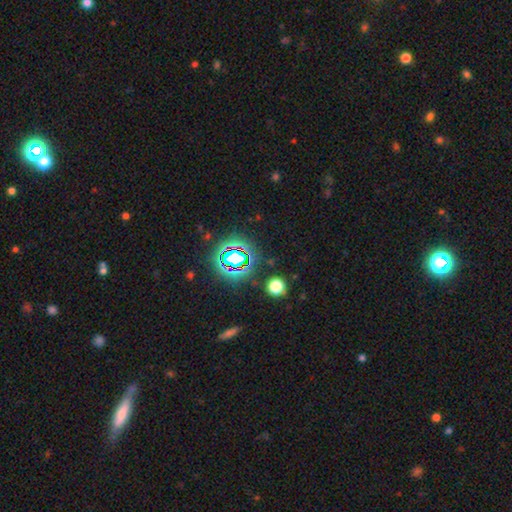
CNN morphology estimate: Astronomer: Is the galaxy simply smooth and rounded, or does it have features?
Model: star or artifact — 76%.